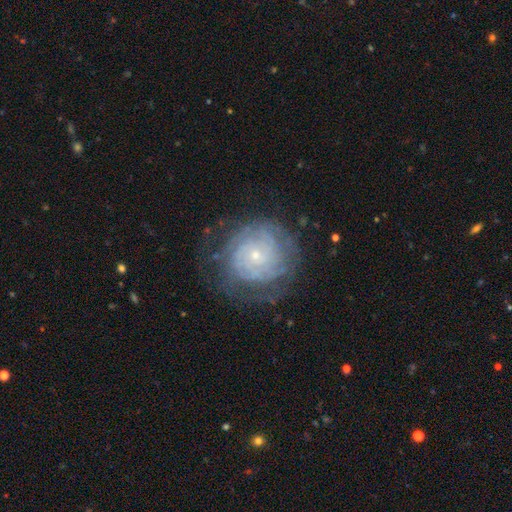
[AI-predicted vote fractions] Smooth or featured: featured or disk — 74% (smooth — 18%)
Edge-on disk: no — 97% (yes — 3%)
Bar: no — 81% (weak — 15%)
Spiral arms: yes — 89% (no — 11%)
Spiral winding: tight — 78% (medium — 17%)
Spiral arm count: can't tell — 51% (4 — 13%)
Bulge size: small — 83% (moderate — 12%)
Merging: none — 71% (minor disturbance — 17%)